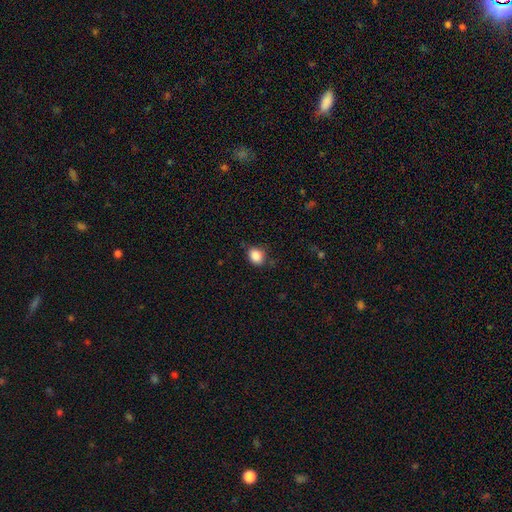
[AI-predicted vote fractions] Smooth or featured? smooth (87%)
How rounded? in between (54%)
Merging? none (79%)